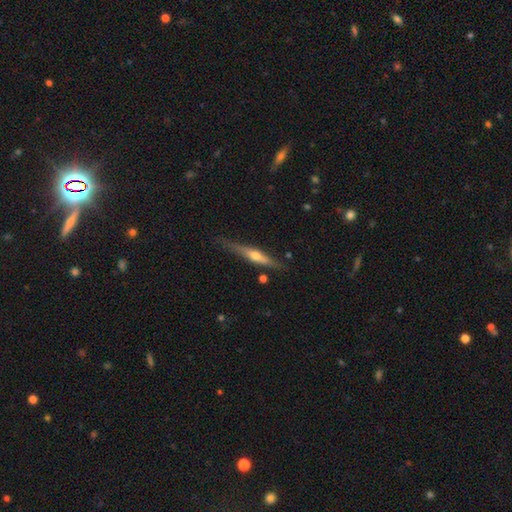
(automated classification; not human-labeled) smooth_or_featured: featured or disk (p=0.63) [alt: smooth p=0.31]
disk_edge_on: yes (p=0.95) [alt: no p=0.05]
edge_on_bulge: rounded (p=0.85) [alt: none p=0.09]
merging: none (p=0.78) [alt: minor disturbance p=0.16]